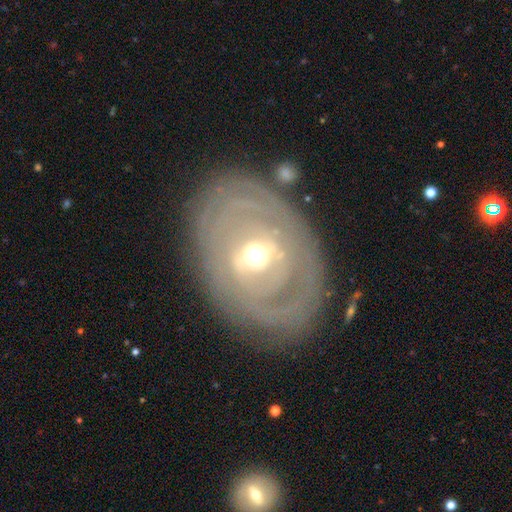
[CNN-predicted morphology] smooth_or_featured: featured or disk (p=0.79) [alt: smooth p=0.16]
disk_edge_on: no (p=0.93) [alt: yes p=0.07]
bar: weak (p=0.42) [alt: strong p=0.30]
has_spiral_arms: yes (p=0.64) [alt: no p=0.36]
bulge_size: moderate (p=0.69) [alt: small p=0.21]
merging: none (p=0.79) [alt: minor disturbance p=0.13]